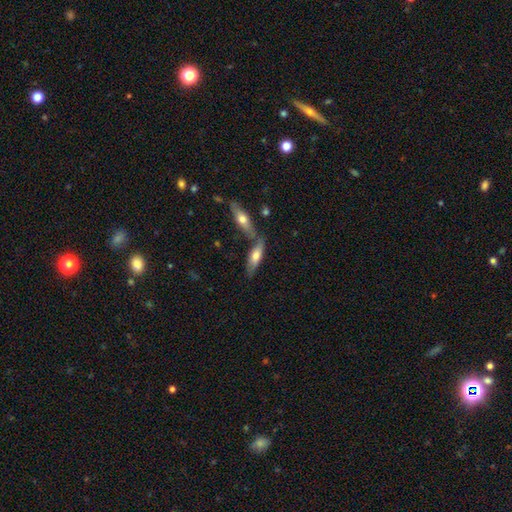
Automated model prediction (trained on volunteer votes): Overall: smooth (58%; featured or disk 36%). How rounded: cigar-shaped (50%; in between 48%). Merging: none (55%; merger 29%).